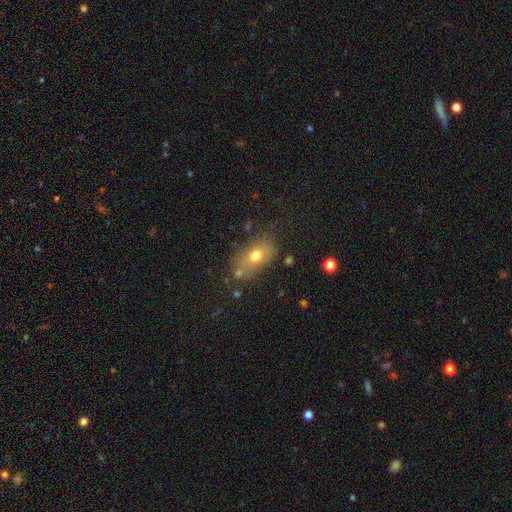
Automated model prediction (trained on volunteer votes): The model was most divided on "merging": none: 65%, minor disturbance: 19%, merger: 10%, major disturbance: 6%. More confident: how rounded — in between (79%); smooth or featured — smooth (71%).